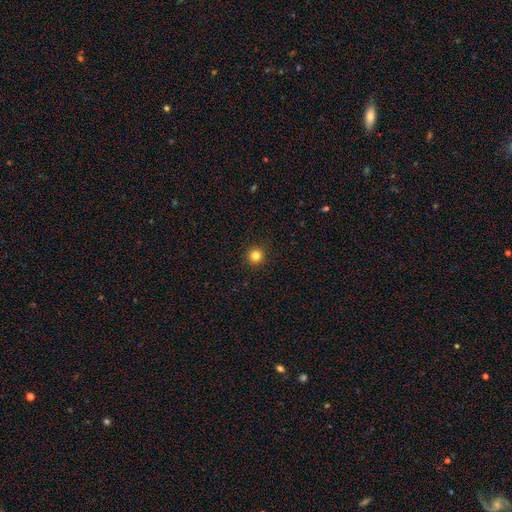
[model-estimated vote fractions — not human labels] smooth 82%, star or artifact 13%, featured or disk 5%. Down the decision tree: how rounded — round (96%); merging — none (94%).